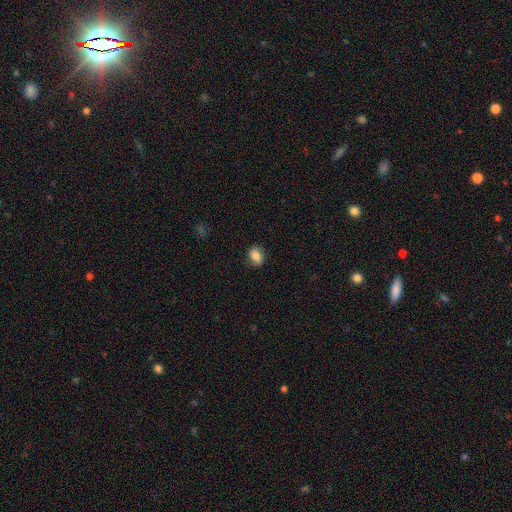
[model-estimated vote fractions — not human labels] This appears to be a smooth galaxy with no disk features (83%) that is in between round and cigar-shaped (64%). Merging: none (81%).